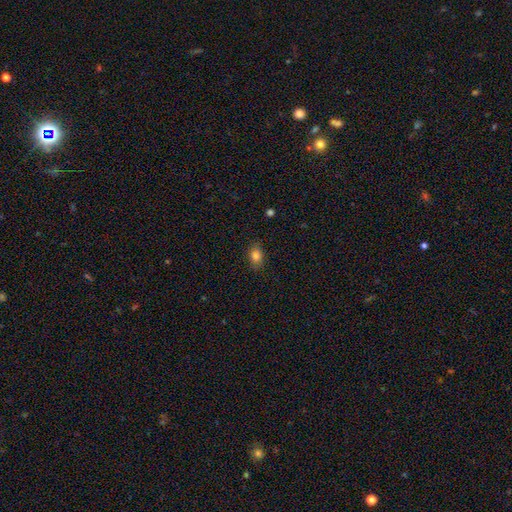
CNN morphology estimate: Smooth or featured?
  - smooth: 82% *
  - star or artifact: 10%
  - featured or disk: 8%
How rounded?
  - in between: 78% *
  - round: 20%
  - cigar-shaped: 2%
Merging?
  - none: 86% *
  - minor disturbance: 11%
  - major disturbance: 2%
  - merger: 1%